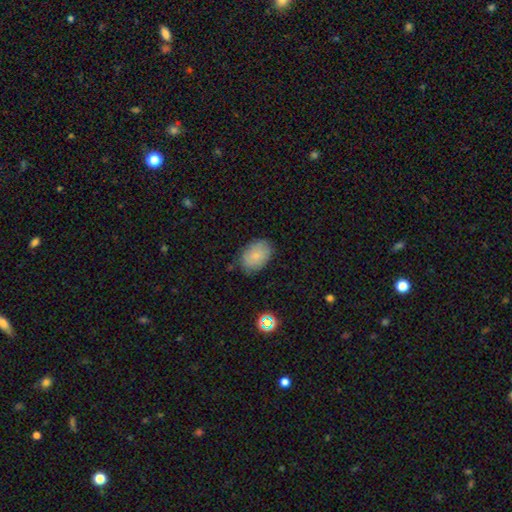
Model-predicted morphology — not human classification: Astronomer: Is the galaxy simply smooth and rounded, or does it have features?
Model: smooth — 78%.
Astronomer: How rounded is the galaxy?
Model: in between — 83%.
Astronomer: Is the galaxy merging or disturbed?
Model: none — 79%.